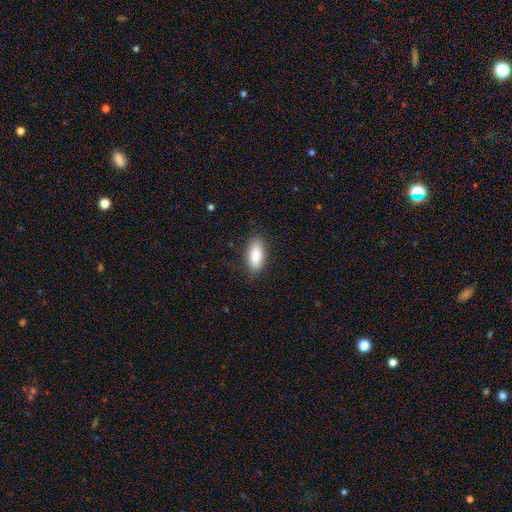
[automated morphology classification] A smooth galaxy with no disk features (86%) that is in between round and cigar-shaped (86%).

Vote fractions:
- Smooth or featured? smooth: 86% / featured or disk: 7% / star or artifact: 6%
- How rounded? in between: 86% / cigar-shaped: 12% / round: 2%
- Merging? none: 84% / minor disturbance: 12% / major disturbance: 3% / merger: 1%